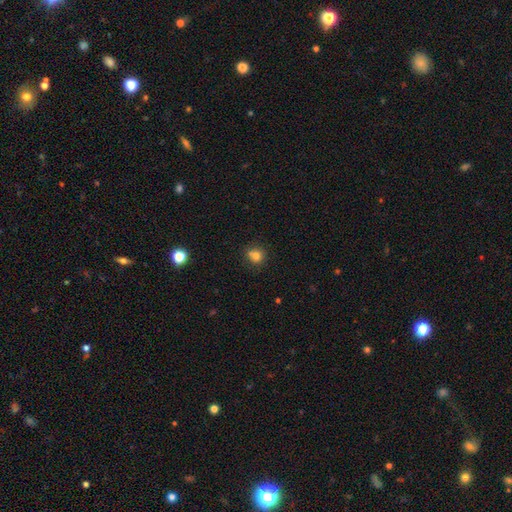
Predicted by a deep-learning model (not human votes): Morphology: type=smooth (77%); roundness=round (85%); merging=none (62%).